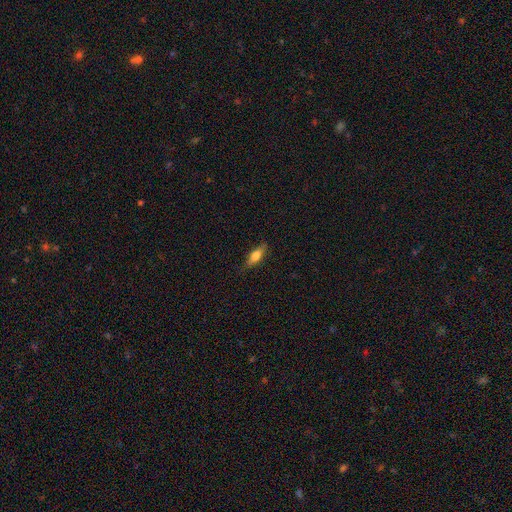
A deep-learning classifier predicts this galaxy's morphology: smooth 65%, featured or disk 28%, star or artifact 7%. Down the decision tree: how rounded — in between (56%); merging — none (80%).